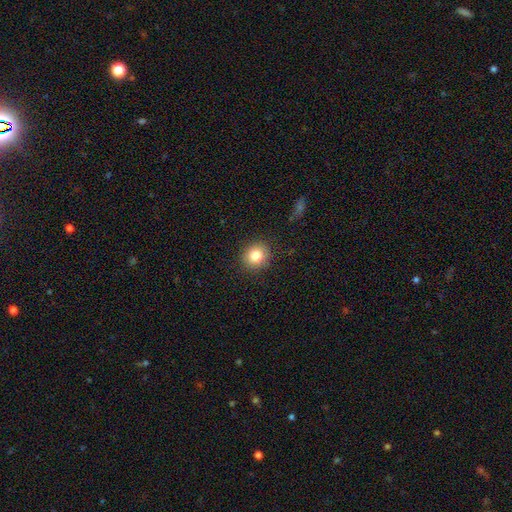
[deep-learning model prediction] smooth 82%, star or artifact 10%, featured or disk 7%. Down the decision tree: how rounded — round (84%); merging — none (89%).